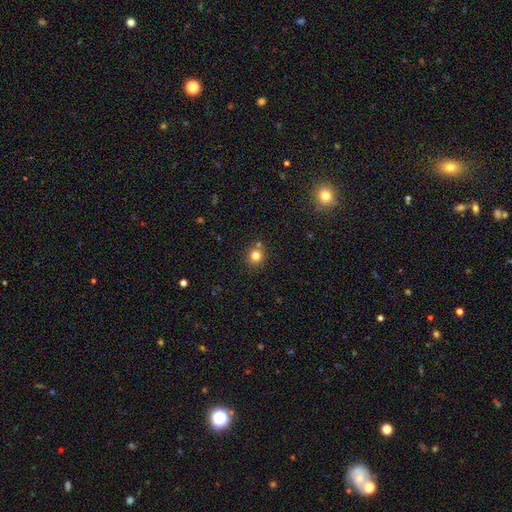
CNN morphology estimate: This appears to be a smooth galaxy with no disk features (80%) that is round (87%). Merging: none (79%).